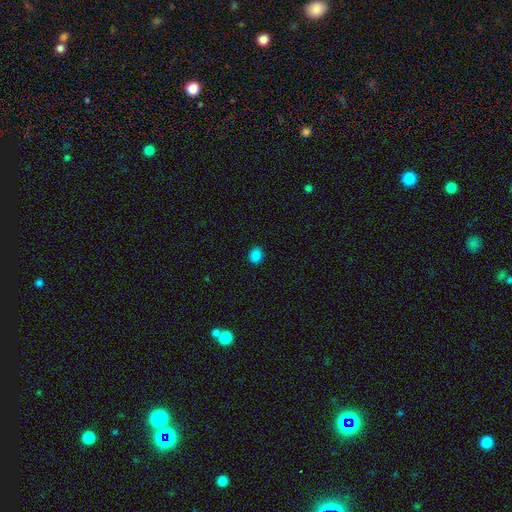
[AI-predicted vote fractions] This appears to be a smooth galaxy with no disk features (85%) that is round (71%). Merging: none (91%).